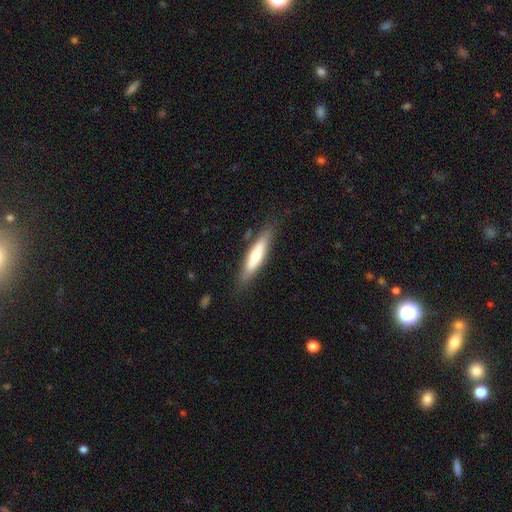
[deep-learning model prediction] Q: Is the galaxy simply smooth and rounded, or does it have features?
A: smooth — 59%.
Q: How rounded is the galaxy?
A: cigar-shaped — 78%.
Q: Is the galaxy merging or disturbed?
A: none — 81%.